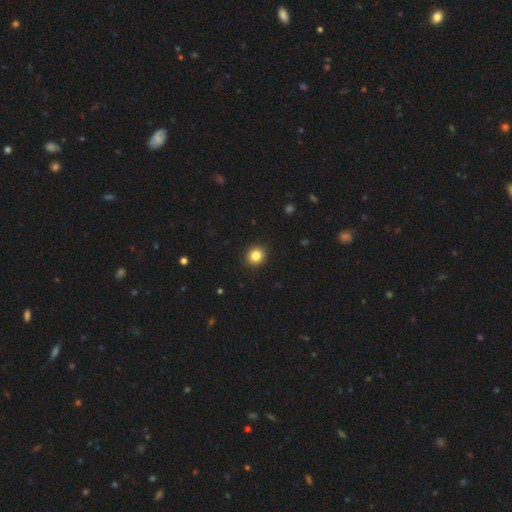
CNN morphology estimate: Smooth or featured? smooth (85%)
How rounded? round (82%)
Merging? none (92%)